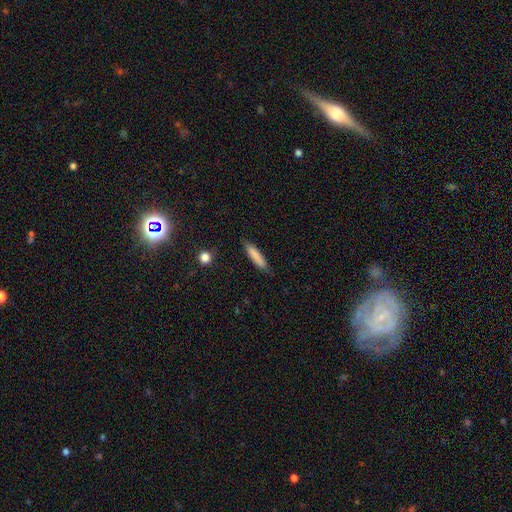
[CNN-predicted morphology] Overall: smooth (84%). How rounded: cigar-shaped (82%). Merging: none (84%).